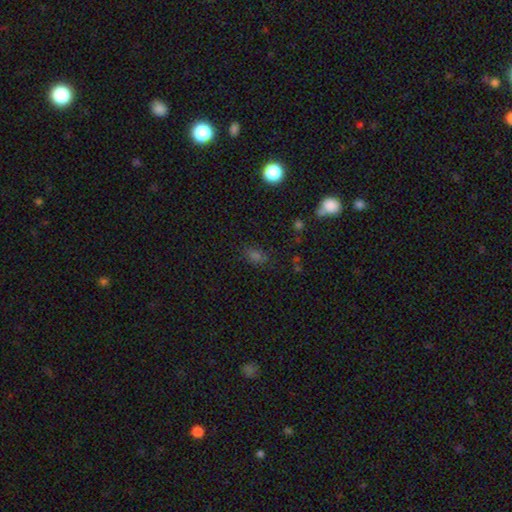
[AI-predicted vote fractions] This appears to be a smooth galaxy with no disk features (65%) that is in between round and cigar-shaped (68%). Merging: none (75%).